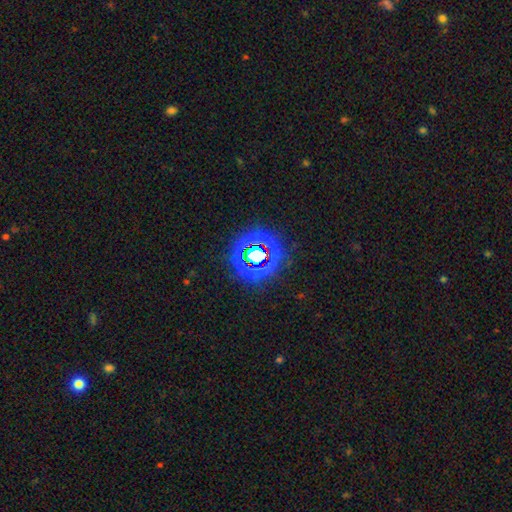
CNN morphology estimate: A star or artifact, not a galaxy (72%).